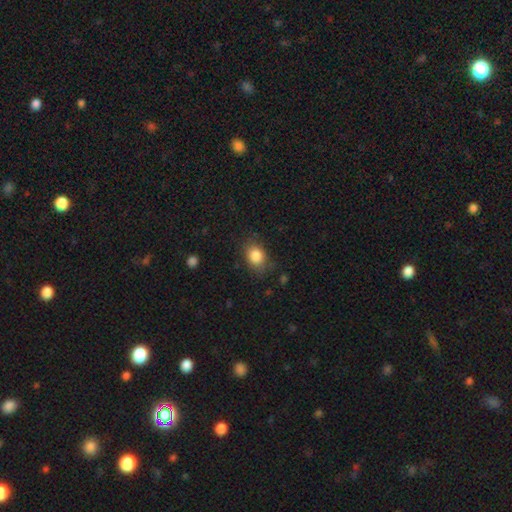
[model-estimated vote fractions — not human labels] smooth-or-featured: smooth: 85% | star or artifact: 9% | featured or disk: 6%
  how-rounded: in between: 61% | round: 38% | cigar-shaped: 1%
  merging: none: 76% | minor disturbance: 17% | major disturbance: 5% | merger: 1%